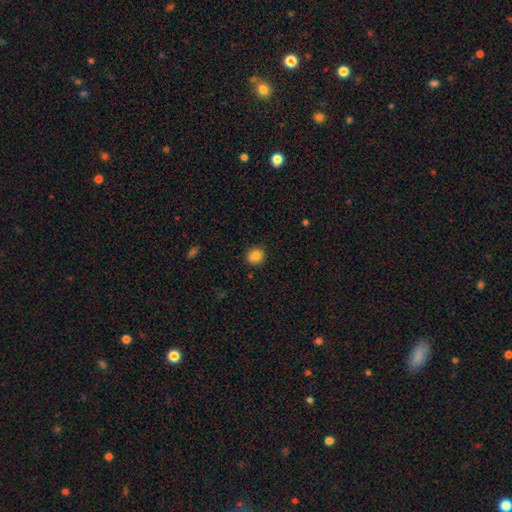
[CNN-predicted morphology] This is clearly a smooth galaxy (85%). How rounded: clearly round (87%). Merging: clearly none (88%).